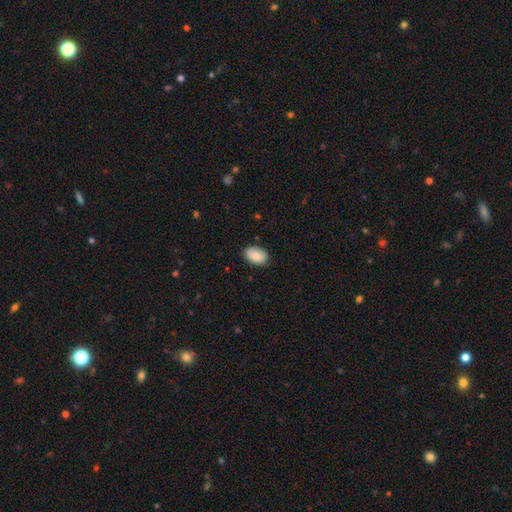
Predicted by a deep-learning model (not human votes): smooth_or_featured: smooth (p=0.87) [alt: featured or disk p=0.07]
how_rounded: in between (p=0.90) [alt: round p=0.08]
merging: none (p=0.85) [alt: minor disturbance p=0.12]